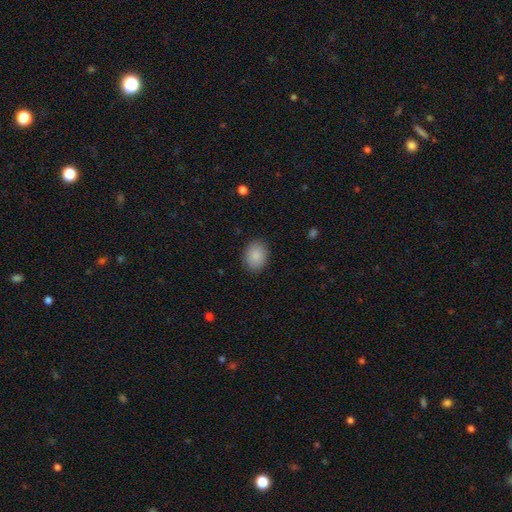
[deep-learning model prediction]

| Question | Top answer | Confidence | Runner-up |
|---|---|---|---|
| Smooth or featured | smooth | 88% | star or artifact (7%) |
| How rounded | in between | 60% | round (39%) |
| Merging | none | 88% | minor disturbance (8%) |